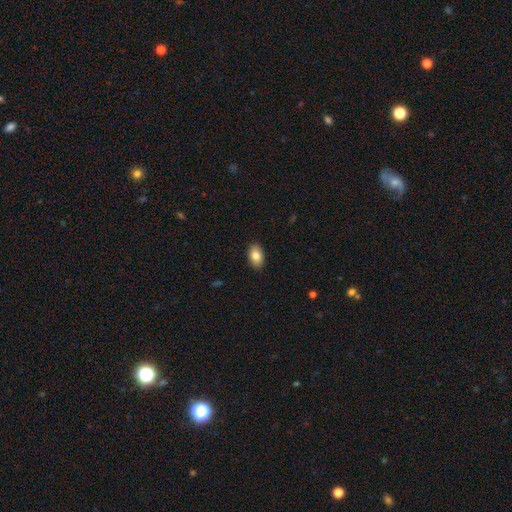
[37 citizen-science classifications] smooth 84%, featured or disk 8%, star or artifact 8%. Down the decision tree: how rounded — in between (97%); merging — none (91%).